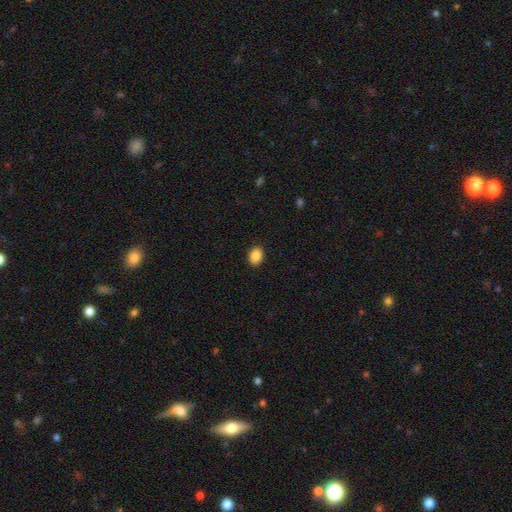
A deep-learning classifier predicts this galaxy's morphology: A smooth galaxy with no disk features (89%) that is in between round and cigar-shaped (69%).

Vote fractions:
- Smooth or featured? smooth: 89% / star or artifact: 8% / featured or disk: 3%
- How rounded? in between: 69% / round: 30% / cigar-shaped: 1%
- Merging? none: 90% / minor disturbance: 7% / major disturbance: 2% / merger: 1%